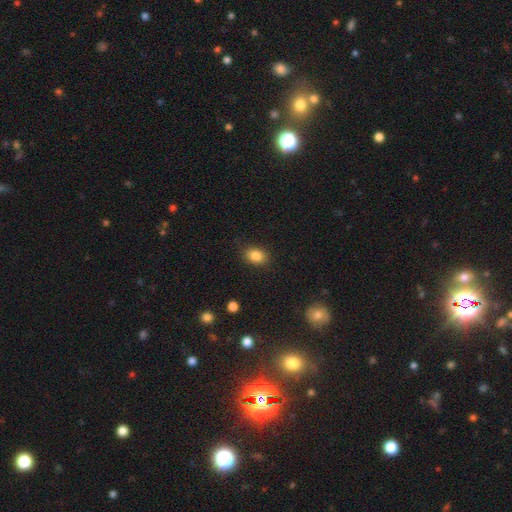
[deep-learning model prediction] This appears to be a smooth galaxy with no disk features (84%) that is in between round and cigar-shaped (71%). Merging: none (85%).